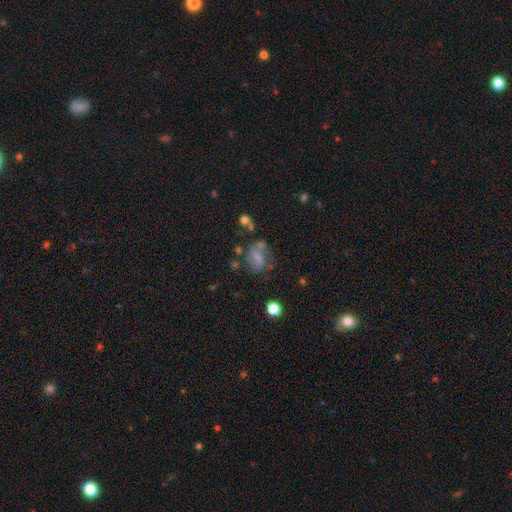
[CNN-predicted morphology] This appears to be a smooth galaxy with no disk features (47%). Merging: none (48%).